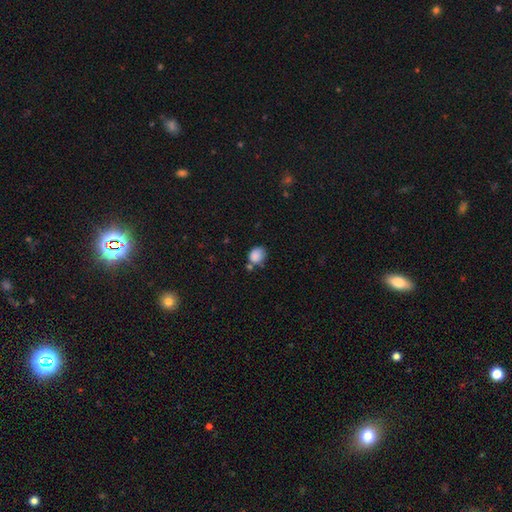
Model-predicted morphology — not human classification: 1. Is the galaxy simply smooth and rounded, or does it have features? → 86% smooth, 9% star or artifact, 5% featured or disk.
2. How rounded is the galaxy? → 57% round, 42% in between, 1% cigar-shaped.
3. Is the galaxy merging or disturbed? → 55% none, 22% minor disturbance, 16% merger, 7% major disturbance.